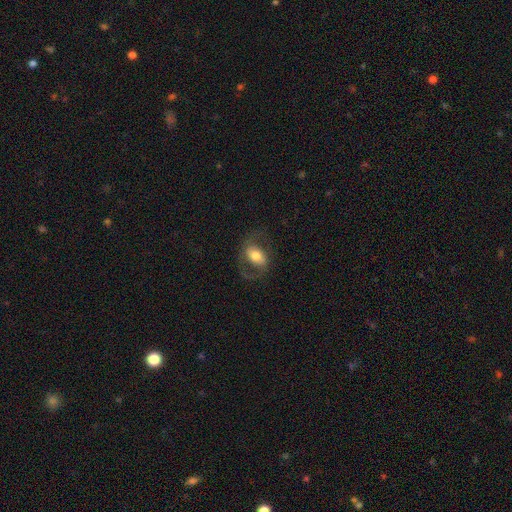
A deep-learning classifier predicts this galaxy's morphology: Q: Smooth or featured?
A: featured or disk (53%); runner-up: smooth (39%)
Q: Edge-on disk?
A: no (94%); runner-up: yes (6%)
Q: Bar?
A: no (37%); runner-up: weak (35%)
Q: Spiral arms?
A: yes (70%); runner-up: no (30%)
Q: Bulge size?
A: moderate (60%); runner-up: large (25%)
Q: Merging?
A: none (67%); runner-up: major disturbance (16%)